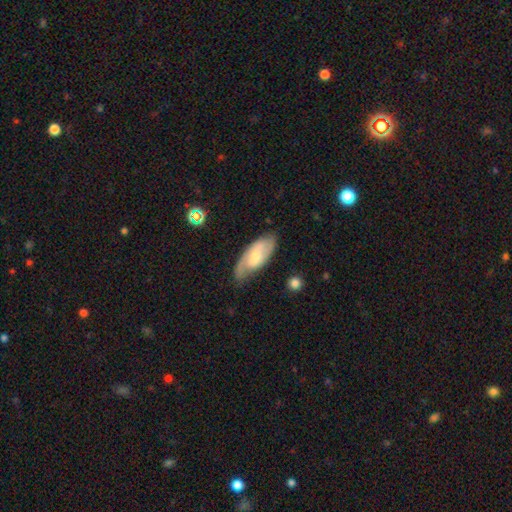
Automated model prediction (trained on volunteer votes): Smooth or featured? featured or disk (61%)
Edge-on disk? no (90%)
Bar? no (46%)
Spiral arms? yes (86%)
Bulge size? small (53%)
Merging? none (69%)